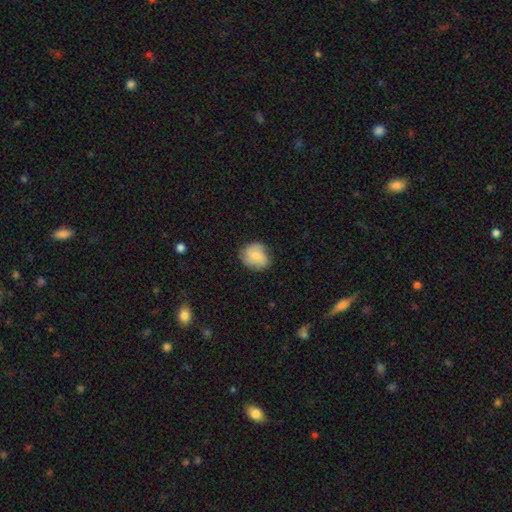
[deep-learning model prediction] smooth-or-featured: smooth: 62% | featured or disk: 30% | star or artifact: 7%
  how-rounded: round: 66% | in between: 33% | cigar-shaped: 1%
  merging: none: 72% | minor disturbance: 21% | major disturbance: 5% | merger: 1%